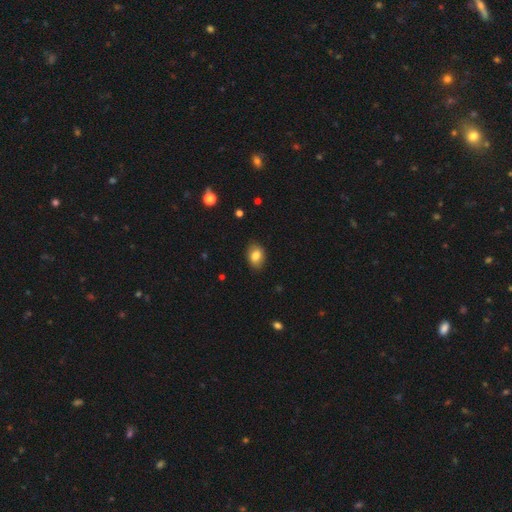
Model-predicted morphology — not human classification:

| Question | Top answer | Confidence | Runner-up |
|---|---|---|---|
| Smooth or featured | smooth | 82% | featured or disk (9%) |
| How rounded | in between | 77% | round (21%) |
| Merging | none | 85% | minor disturbance (11%) |